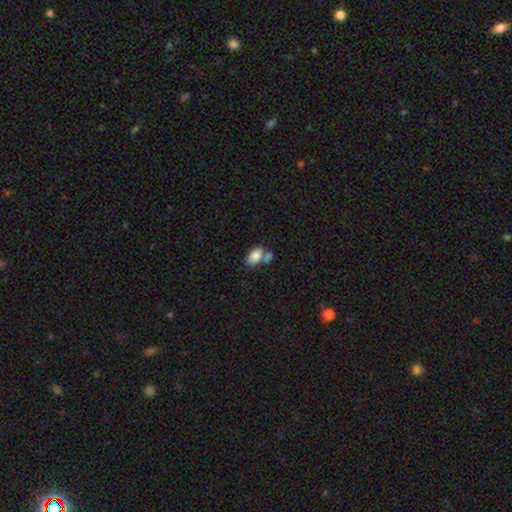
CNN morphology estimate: Overall: smooth (85%). How rounded: in between (89%). Merging: none (42%; merger 40%).